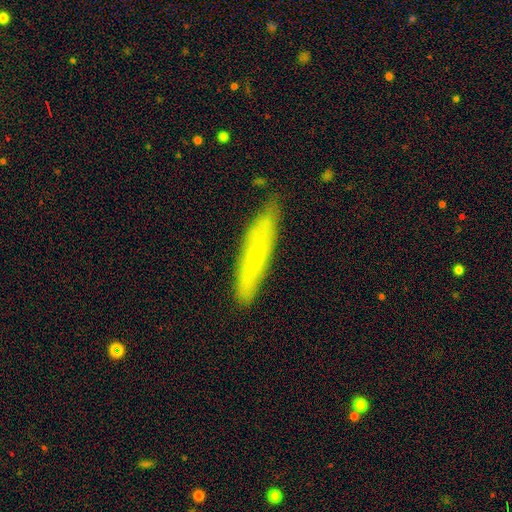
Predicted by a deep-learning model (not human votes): This appears to be a smooth galaxy with no disk features (47%). Merging: none (80%).